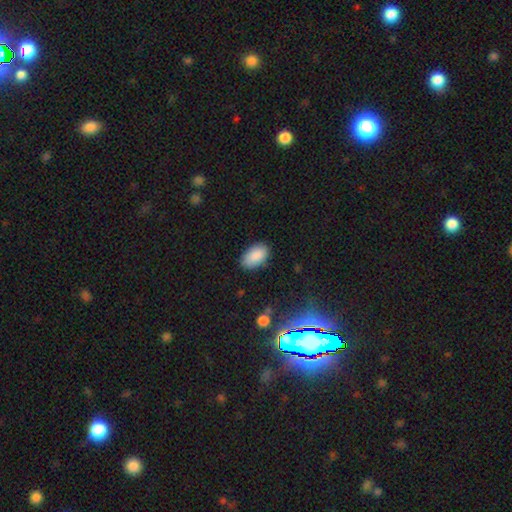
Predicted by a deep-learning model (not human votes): Smooth or featured? Predicted: smooth (p=0.89). How rounded? Predicted: in between (p=0.94). Merging? Predicted: none (p=0.85).